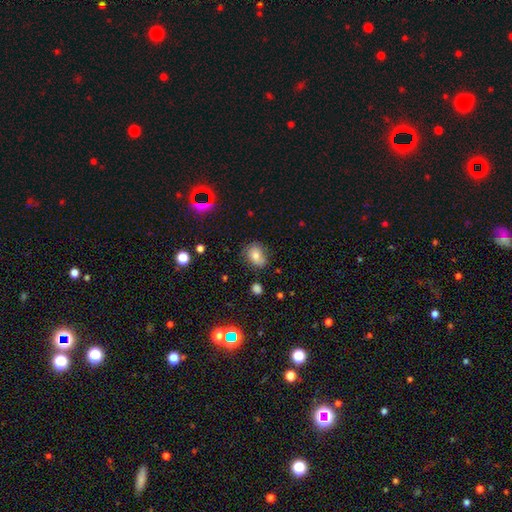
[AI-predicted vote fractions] Morphology: type=smooth (65%); roundness=in between (60%); merging=none (68%).